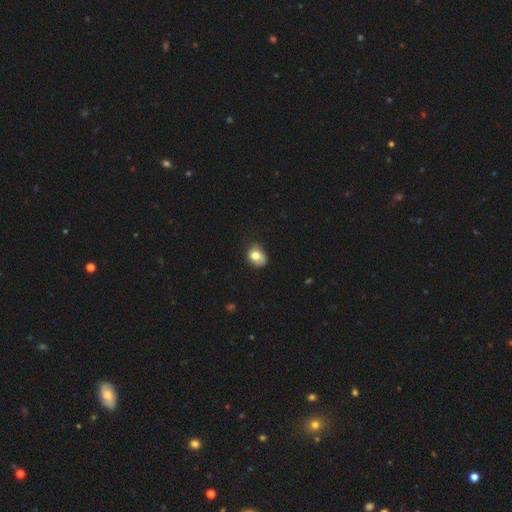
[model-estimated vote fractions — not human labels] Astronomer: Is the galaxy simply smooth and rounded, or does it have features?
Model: smooth — 76%.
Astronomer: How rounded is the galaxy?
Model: in between — 50% (runner-up: round, 49%).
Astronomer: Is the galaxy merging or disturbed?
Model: none — 53% (runner-up: minor disturbance, 34%).